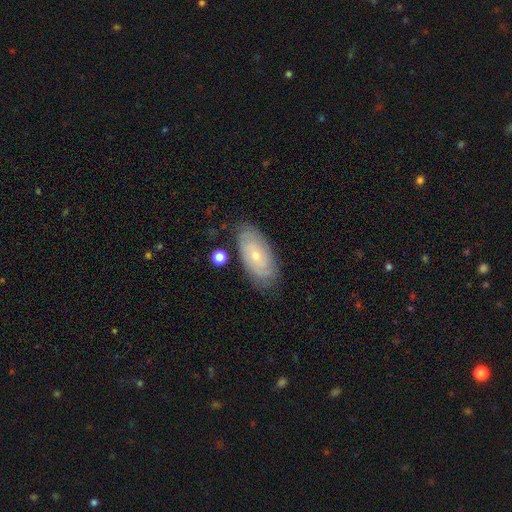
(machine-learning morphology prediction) This appears to be a featured or disk galaxy (54%). Merging: none (77%).